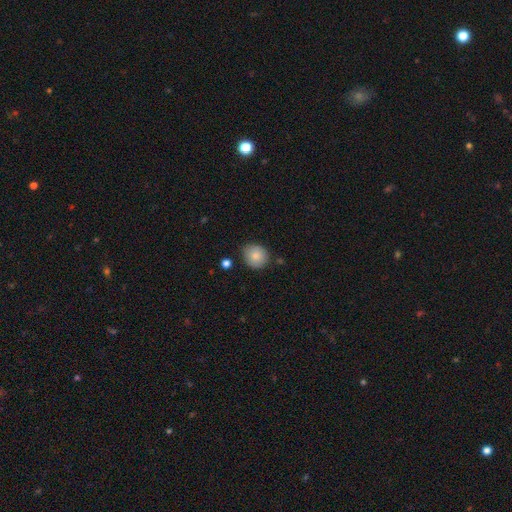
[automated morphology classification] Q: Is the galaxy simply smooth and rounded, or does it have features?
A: smooth — 83%.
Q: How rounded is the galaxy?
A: round — 77%.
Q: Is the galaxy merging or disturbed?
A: none — 77%.